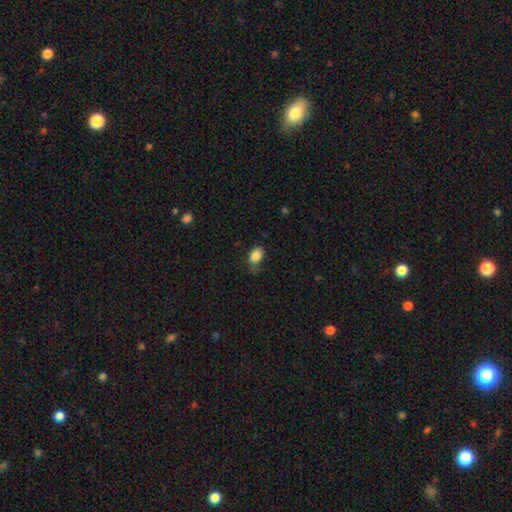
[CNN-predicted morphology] Smooth or featured? smooth (86%)
How rounded? in between (79%)
Merging? none (54%)